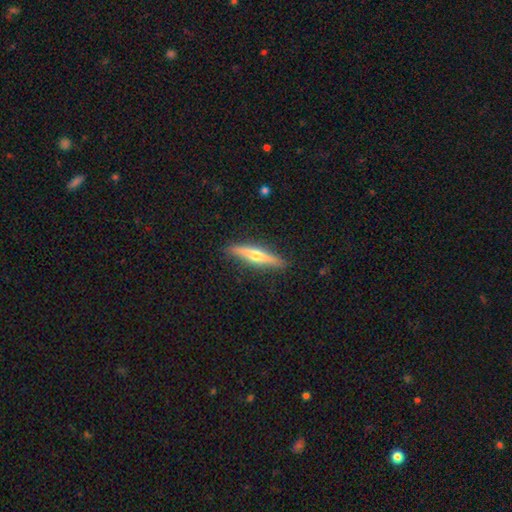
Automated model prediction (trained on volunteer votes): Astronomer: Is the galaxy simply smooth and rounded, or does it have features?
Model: featured or disk — 63%.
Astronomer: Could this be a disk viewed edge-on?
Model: yes — 96%.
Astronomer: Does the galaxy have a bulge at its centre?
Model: rounded — 90%.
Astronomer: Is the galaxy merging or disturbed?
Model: none — 90%.